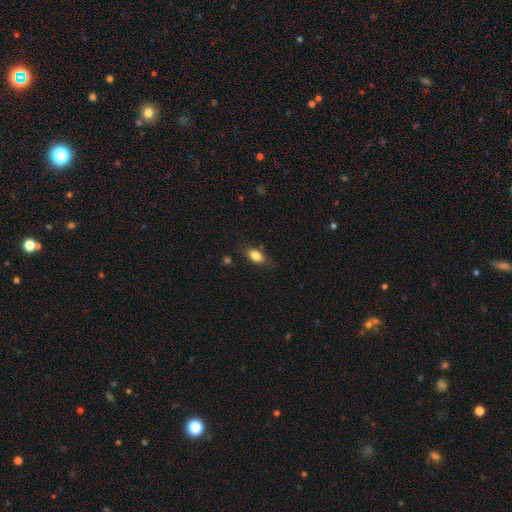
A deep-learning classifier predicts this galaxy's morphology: smooth 84%, star or artifact 8%, featured or disk 8%. Down the decision tree: how rounded — in between (87%); merging — none (77%).